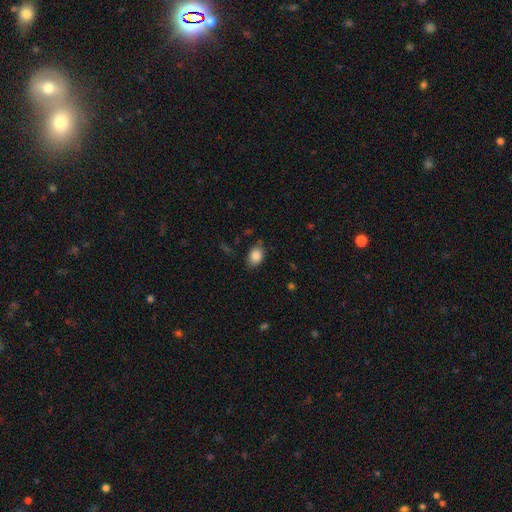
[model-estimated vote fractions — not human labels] smooth_or_featured: smooth (p=0.86) [alt: star or artifact p=0.08]
how_rounded: in between (p=0.73) [alt: round p=0.26]
merging: none (p=0.76) [alt: minor disturbance p=0.19]